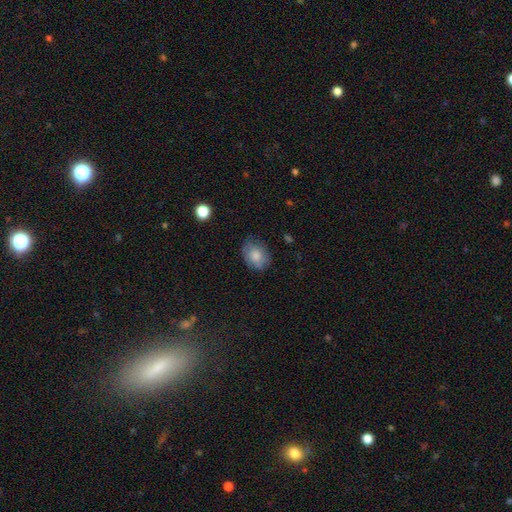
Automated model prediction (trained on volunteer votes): A smooth galaxy with no disk features (78%) that is in between round and cigar-shaped (67%).

Vote fractions:
- Smooth or featured? smooth: 78% / featured or disk: 14% / star or artifact: 8%
- How rounded? in between: 67% / round: 32% / cigar-shaped: 1%
- Merging? none: 68% / minor disturbance: 25% / major disturbance: 6% / merger: 1%